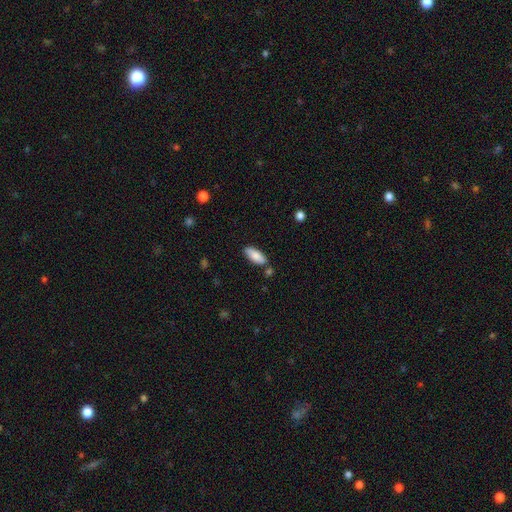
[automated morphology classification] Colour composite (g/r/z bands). It shows a smooth galaxy with no disk features (82%) that is in between round and cigar-shaped (76%). Merging: none (79%).